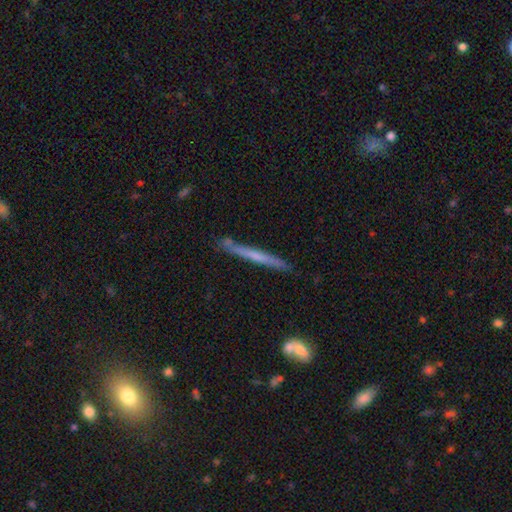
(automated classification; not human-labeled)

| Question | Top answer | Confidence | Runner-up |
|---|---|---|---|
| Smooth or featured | featured or disk | 52% | smooth (42%) |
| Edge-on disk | yes | 96% | no (4%) |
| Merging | none | 82% | minor disturbance (12%) |